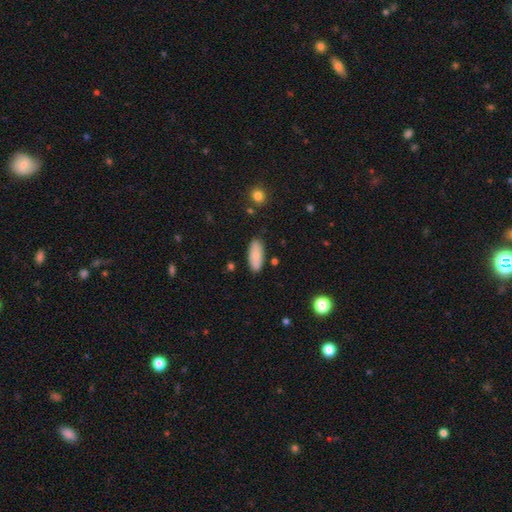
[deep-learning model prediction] A smooth galaxy with no disk features (81%) that is in between round and cigar-shaped (84%). Merging: none (85%).